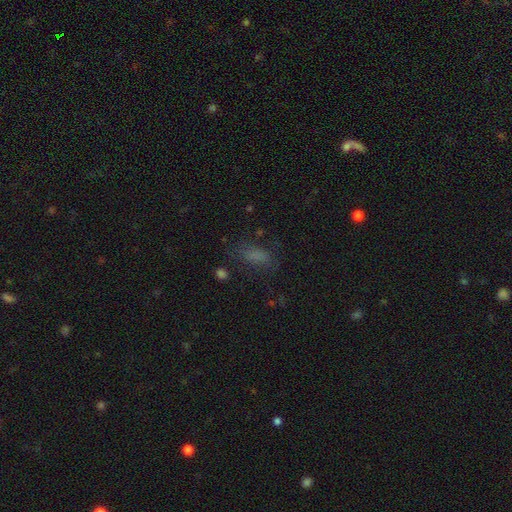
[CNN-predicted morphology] type=smooth (69%); roundness=in between (73%); merging=none (66%).